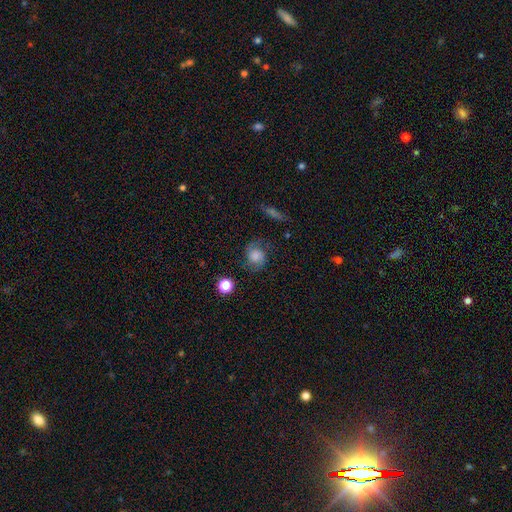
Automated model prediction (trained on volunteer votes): smooth 47%, featured or disk 41%, star or artifact 12%. Down the decision tree: merging — none (67%).